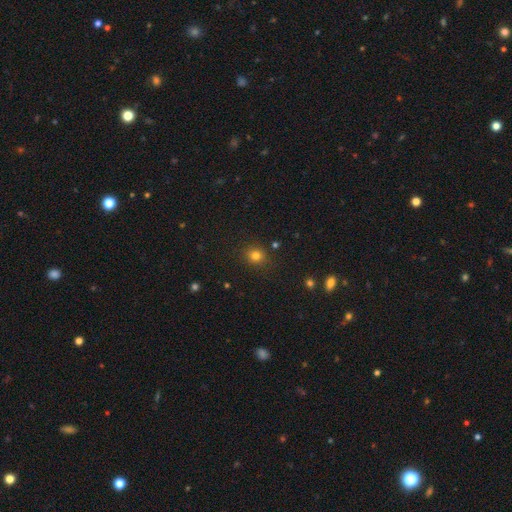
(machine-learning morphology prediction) Smooth or featured? smooth (79%)
How rounded? round (86%)
Merging? none (87%)